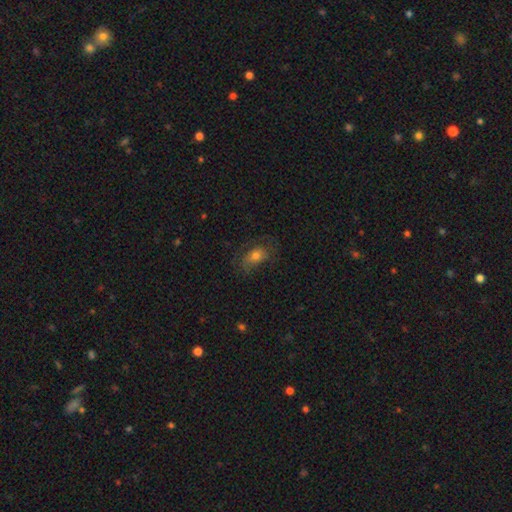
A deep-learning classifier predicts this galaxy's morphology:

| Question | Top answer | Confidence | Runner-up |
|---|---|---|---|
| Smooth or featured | smooth | 58% | featured or disk (30%) |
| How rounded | in between | 78% | round (18%) |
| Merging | none | 54% | minor disturbance (24%) |